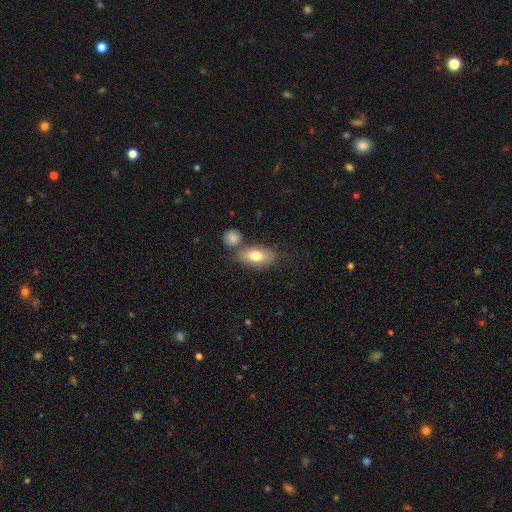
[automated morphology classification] smooth 75%, featured or disk 18%, star or artifact 7%. Down the decision tree: how rounded — in between (87%); merging — none (63%).